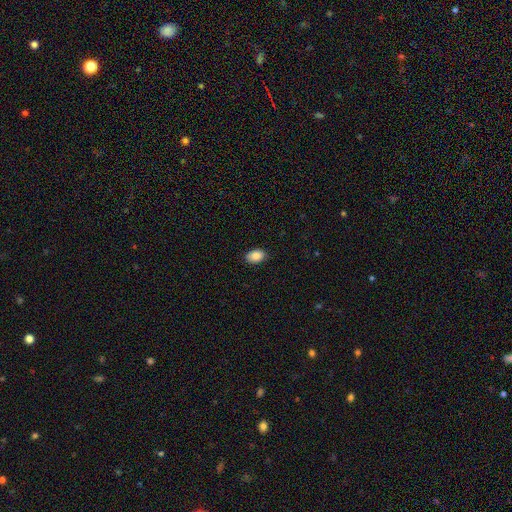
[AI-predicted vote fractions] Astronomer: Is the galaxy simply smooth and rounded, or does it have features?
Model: smooth — 86%.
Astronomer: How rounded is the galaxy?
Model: in between — 88%.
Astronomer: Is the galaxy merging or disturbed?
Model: none — 88%.